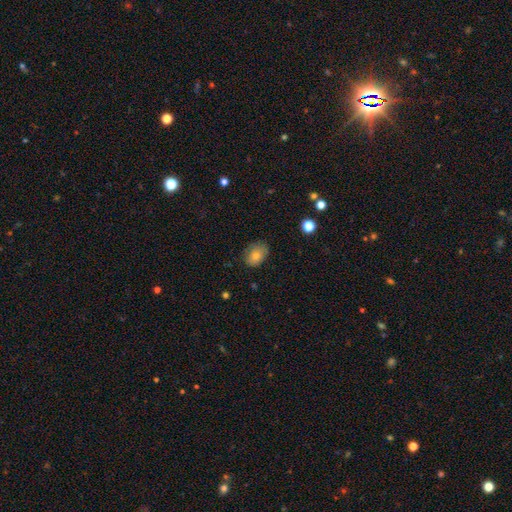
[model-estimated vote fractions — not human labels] Smooth or featured: smooth — 73% (featured or disk — 17%)
How rounded: in between — 71% (round — 28%)
Merging: none — 75% (minor disturbance — 20%)